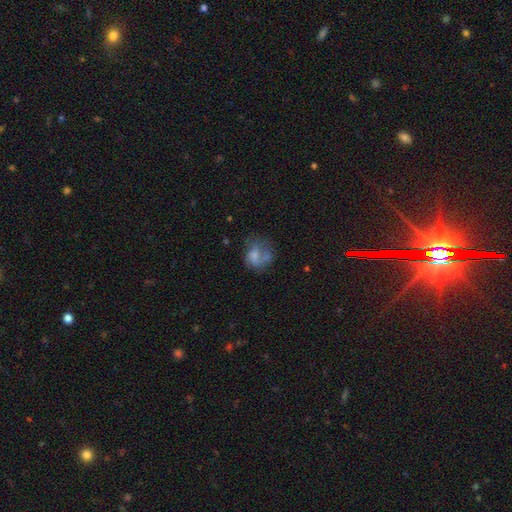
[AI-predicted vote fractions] The model was most divided on "how rounded": in between: 50%, round: 49%, cigar-shaped: 1%. Remaining: smooth or featured — smooth (54%); merging — major disturbance (35%).